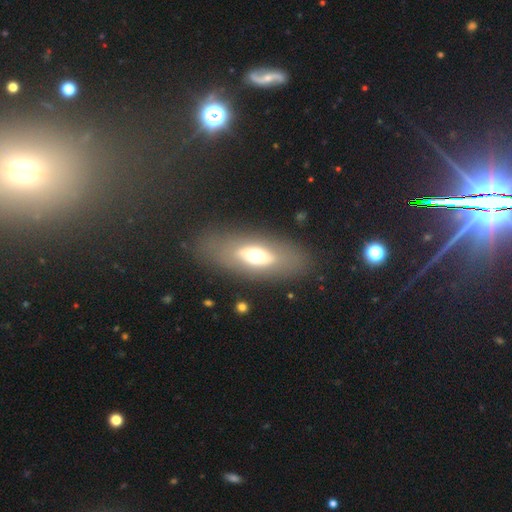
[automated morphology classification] Smooth or featured? smooth (49%)
Merging? none (80%)